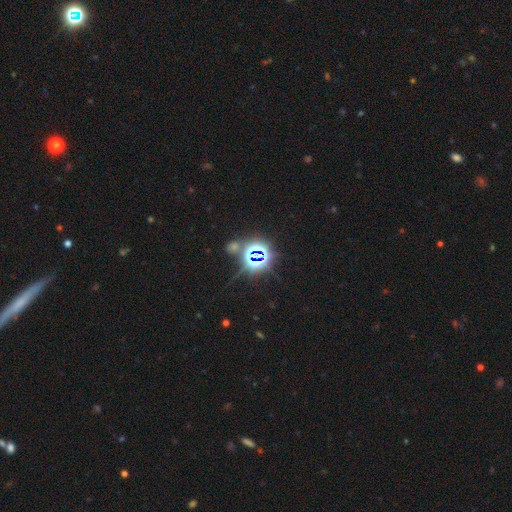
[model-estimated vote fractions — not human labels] This is clearly a star or artifact rather than a galaxy (81%).